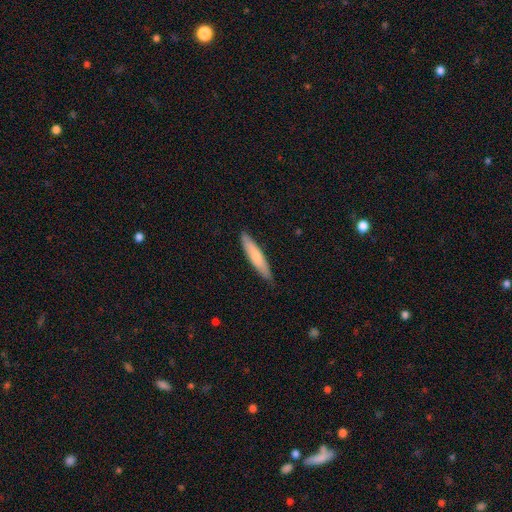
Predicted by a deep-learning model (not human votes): Smooth or featured? smooth (72%)
How rounded? cigar-shaped (88%)
Merging? none (86%)